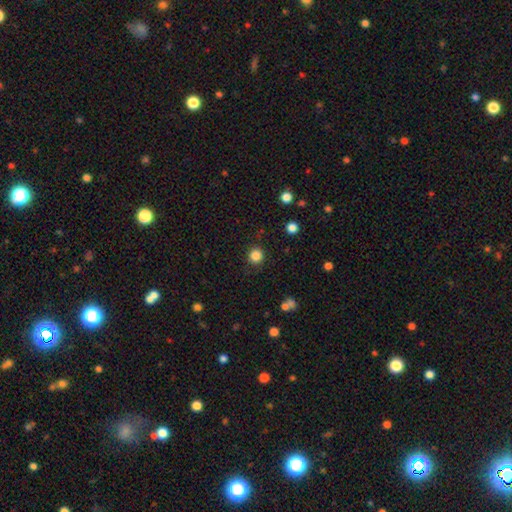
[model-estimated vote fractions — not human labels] smooth 84%, star or artifact 12%, featured or disk 4%. Down the decision tree: how rounded — round (92%); merging — none (88%).